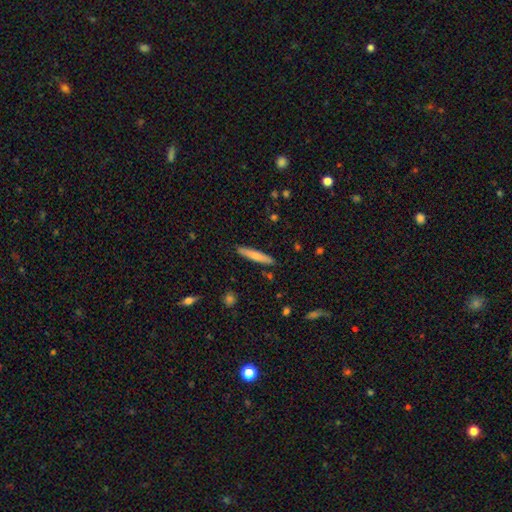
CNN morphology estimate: Smooth or featured? Predicted: smooth (p=0.69). How rounded? Predicted: cigar-shaped (p=0.90). Merging? Predicted: none (p=0.88).